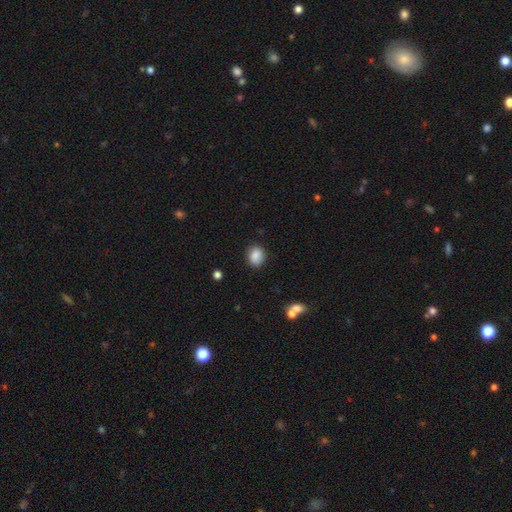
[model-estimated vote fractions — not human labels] Overall: smooth (87%). How rounded: round (60%; in between 39%). Merging: none (86%).